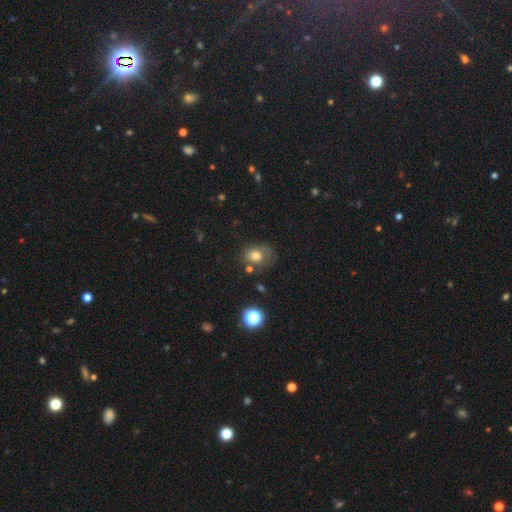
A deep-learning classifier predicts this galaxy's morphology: Smooth or featured? smooth (73%)
How rounded? round (52%)
Merging? none (54%)